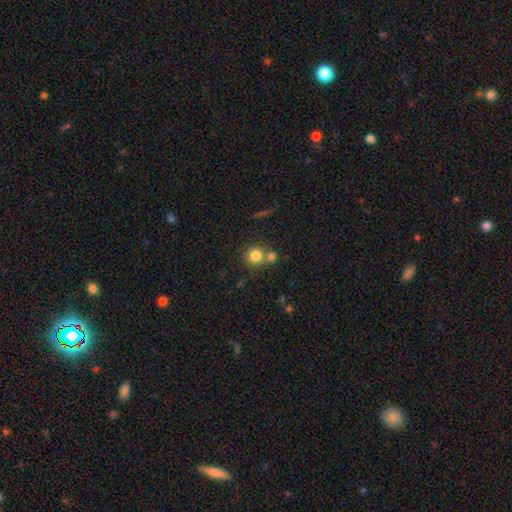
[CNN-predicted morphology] Overall: smooth (81%). How rounded: round (91%). Merging: none (60%; merger 28%).